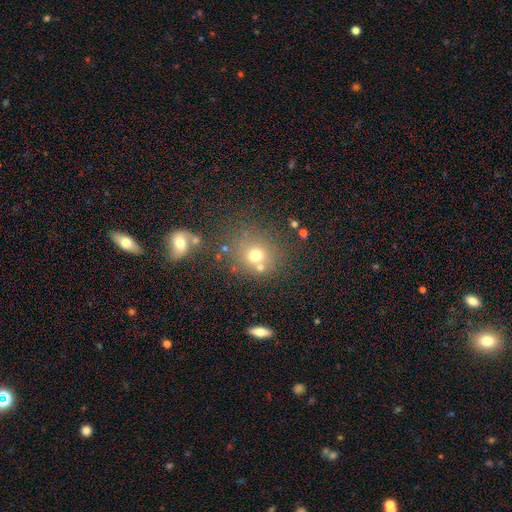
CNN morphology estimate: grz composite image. It shows a smooth galaxy with no disk features (67%) that is round (78%). Merging: none (67%).